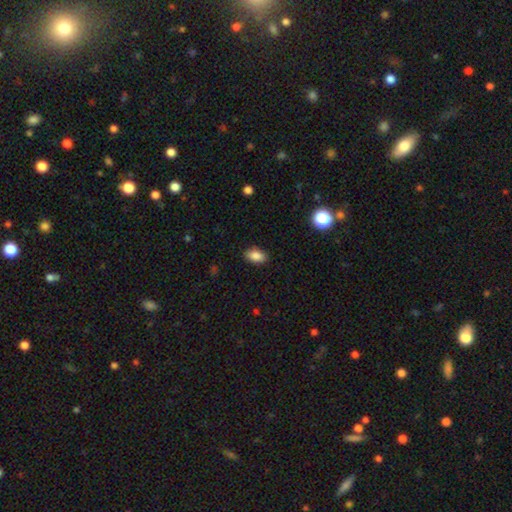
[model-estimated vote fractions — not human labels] Smooth or featured? Predicted: smooth (p=0.86). How rounded? Predicted: in between (p=0.90). Merging? Predicted: none (p=0.88).